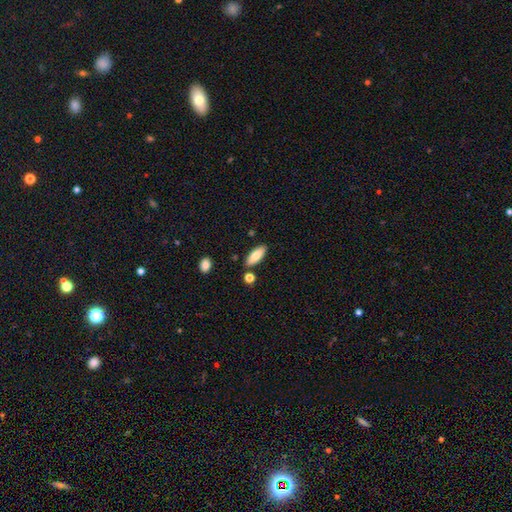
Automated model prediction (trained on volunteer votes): A smooth galaxy with no disk features (82%) that is in between round and cigar-shaped (76%).

Vote fractions:
- Smooth or featured? smooth: 82% / featured or disk: 11% / star or artifact: 7%
- How rounded? in between: 76% / cigar-shaped: 22% / round: 2%
- Merging? none: 83% / minor disturbance: 10% / merger: 5% / major disturbance: 2%